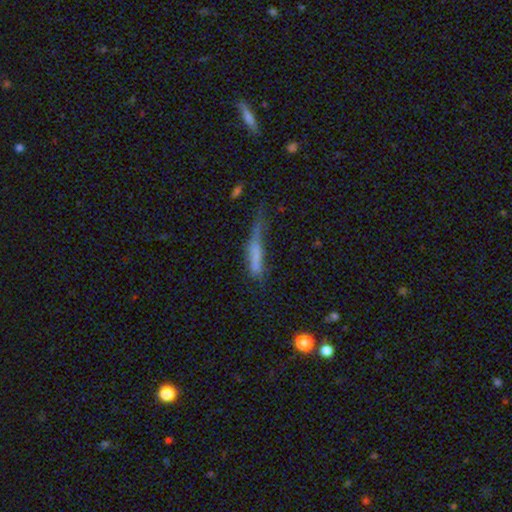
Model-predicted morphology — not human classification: This is possibly a smooth galaxy (60%). How rounded: clearly cigar-shaped (84%). Merging: marginally major disturbance (32%).